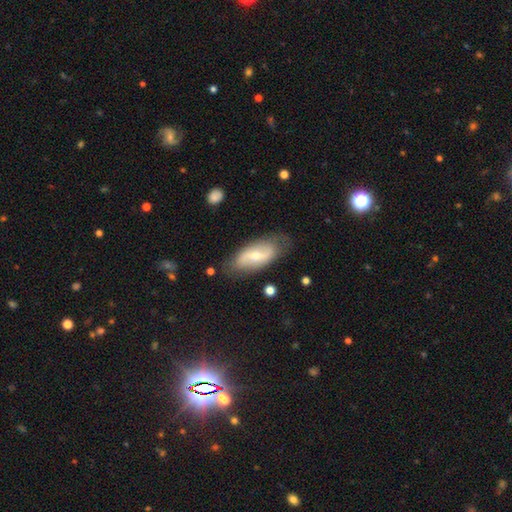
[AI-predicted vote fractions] The model was most divided on "bulge size": moderate: 49%, small: 47%, large: 2%, none: 1%, dominant: 1%. Remaining: edge-on disk — no (90%); merging — none (78%); spiral arms — yes (74%); smooth or featured — featured or disk (62%); bar — weak (41%).